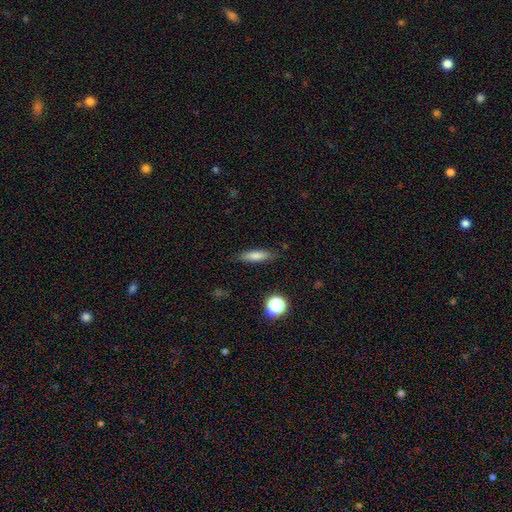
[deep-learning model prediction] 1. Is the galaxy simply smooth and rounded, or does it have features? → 78% smooth, 13% featured or disk, 9% star or artifact.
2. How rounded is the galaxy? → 60% cigar-shaped, 37% in between, 3% round.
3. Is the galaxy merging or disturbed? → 83% none, 12% minor disturbance, 3% major disturbance, 2% merger.